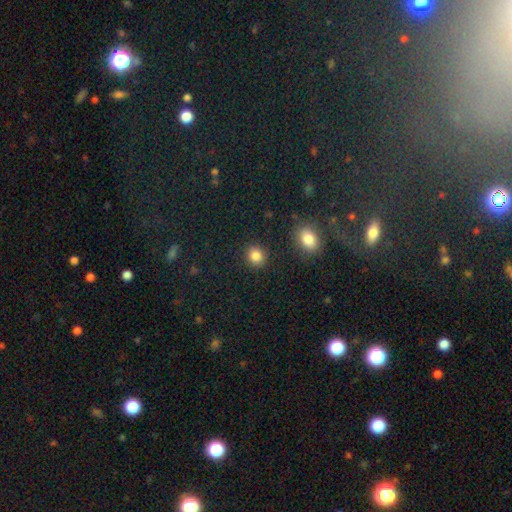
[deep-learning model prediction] smooth_or_featured: smooth (p=0.86) [alt: star or artifact p=0.10]
how_rounded: round (p=0.74) [alt: in between p=0.25]
merging: none (p=0.88) [alt: minor disturbance p=0.07]